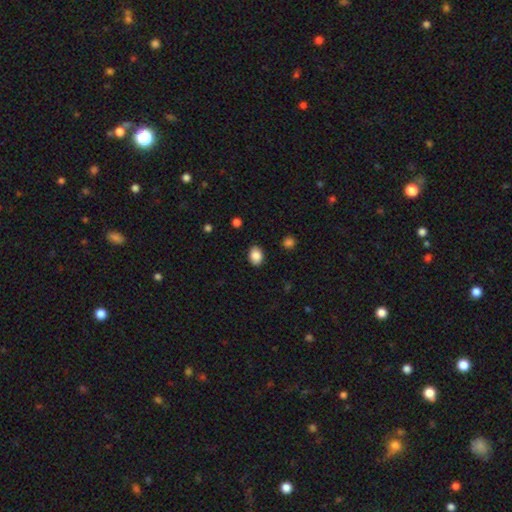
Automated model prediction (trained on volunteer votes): Smooth or featured?
  - smooth: 87% *
  - star or artifact: 8%
  - featured or disk: 5%
How rounded?
  - in between: 64% *
  - round: 35%
  - cigar-shaped: 1%
Merging?
  - none: 87% *
  - minor disturbance: 10%
  - major disturbance: 2%
  - merger: 1%